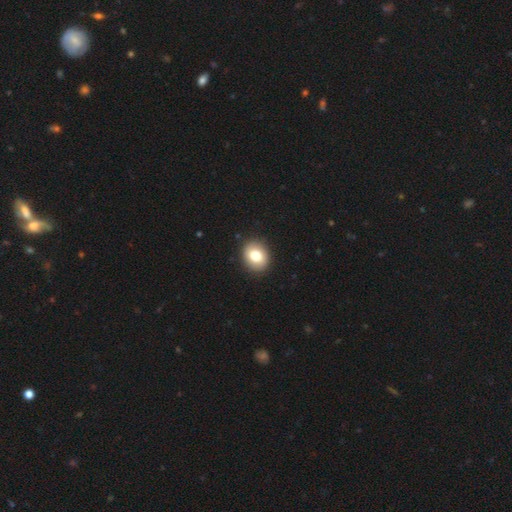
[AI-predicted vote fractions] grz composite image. It shows a smooth galaxy with no disk features (79%) that is round (54%). Merging: none (91%).